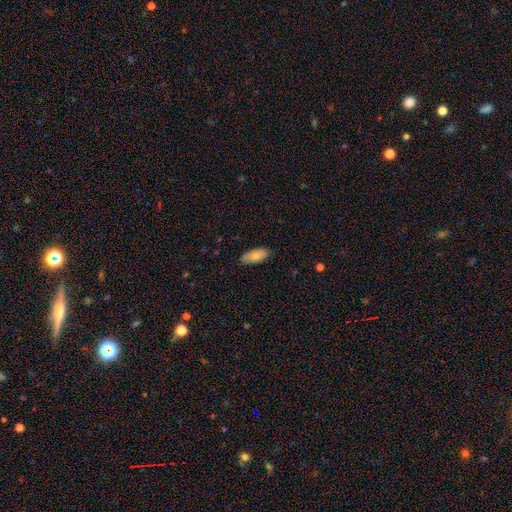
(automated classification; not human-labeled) A smooth galaxy with no disk features (77%) that is in between round and cigar-shaped (88%).

Vote fractions:
- Smooth or featured? smooth: 77% / featured or disk: 17% / star or artifact: 6%
- How rounded? in between: 88% / cigar-shaped: 10% / round: 2%
- Merging? none: 85% / minor disturbance: 12% / major disturbance: 2% / merger: 1%